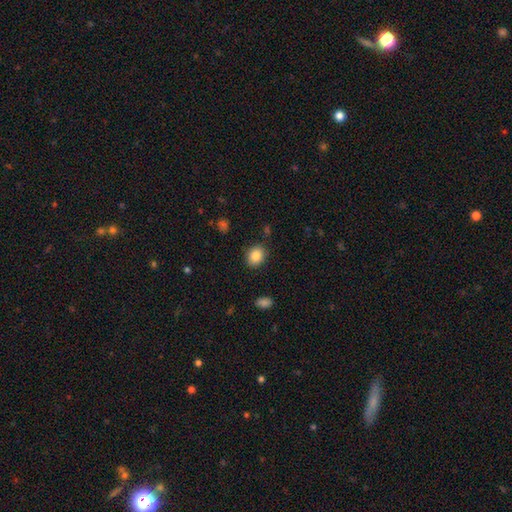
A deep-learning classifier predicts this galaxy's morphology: Q: Smooth or featured?
A: smooth (86%); runner-up: star or artifact (8%)
Q: How rounded?
A: in between (52%); runner-up: round (47%)
Q: Merging?
A: none (86%); runner-up: minor disturbance (10%)